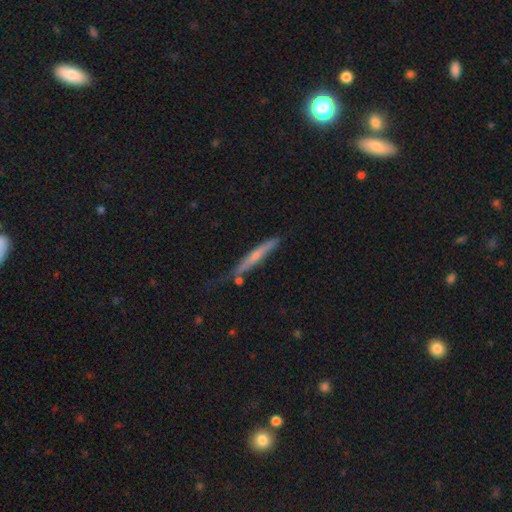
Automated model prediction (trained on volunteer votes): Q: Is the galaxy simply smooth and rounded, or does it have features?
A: featured or disk — 51%.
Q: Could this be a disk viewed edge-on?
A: yes — 93%.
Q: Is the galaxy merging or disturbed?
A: none — 66%.